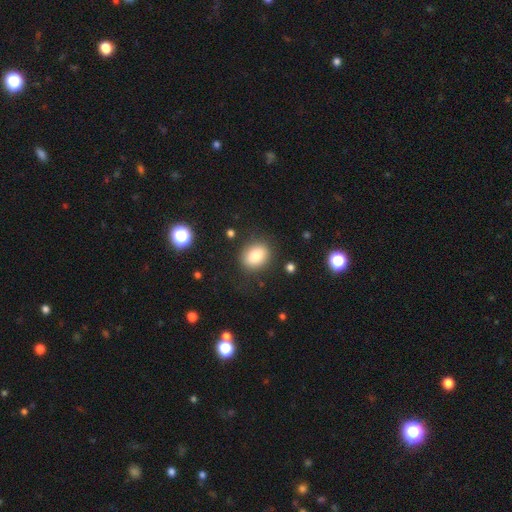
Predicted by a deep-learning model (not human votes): A smooth galaxy with no disk features (81%) that is in between round and cigar-shaped (51%). Merging: none (83%).